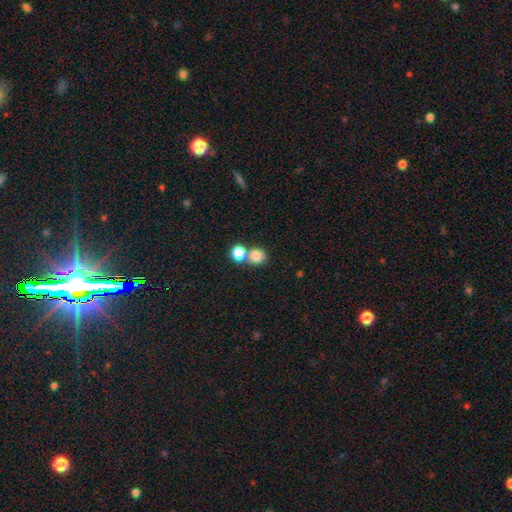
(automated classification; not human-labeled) A smooth galaxy with no disk features (83%) that is round (80%).

Vote fractions:
- Smooth or featured? smooth: 83% / star or artifact: 11% / featured or disk: 6%
- How rounded? round: 80% / in between: 19% / cigar-shaped: 1%
- Merging? none: 52% / merger: 38% / minor disturbance: 7% / major disturbance: 3%